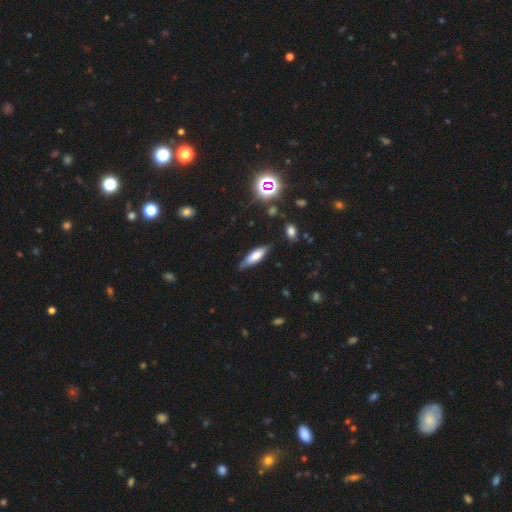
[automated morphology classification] Smooth or featured?
  - smooth: 62% *
  - featured or disk: 29%
  - star or artifact: 9%
How rounded?
  - cigar-shaped: 49% * (tied)
  - in between: 49% * (tied)
  - round: 2%
Merging?
  - none: 74% *
  - minor disturbance: 20%
  - major disturbance: 4%
  - merger: 2%